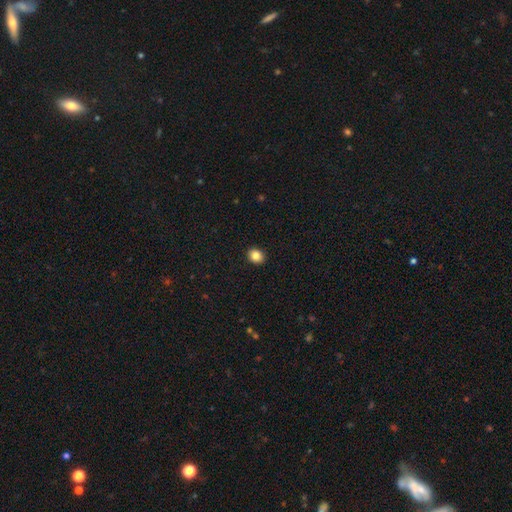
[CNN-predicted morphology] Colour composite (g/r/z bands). It shows a smooth galaxy with no disk features (84%) that is round (57%). Merging: none (92%).